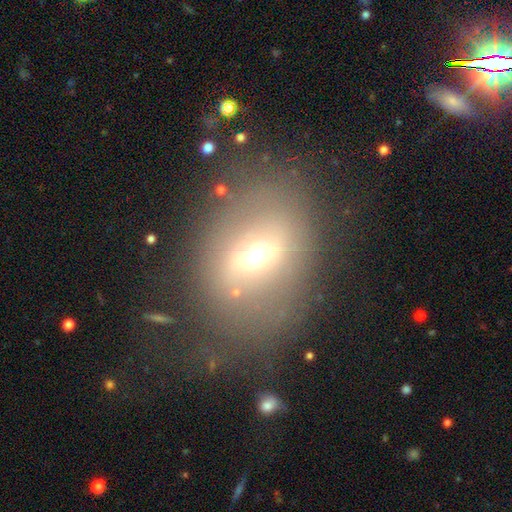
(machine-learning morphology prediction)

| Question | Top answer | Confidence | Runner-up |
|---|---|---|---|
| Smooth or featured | smooth | 47% | featured or disk (37%) |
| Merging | none | 69% | minor disturbance (16%) |